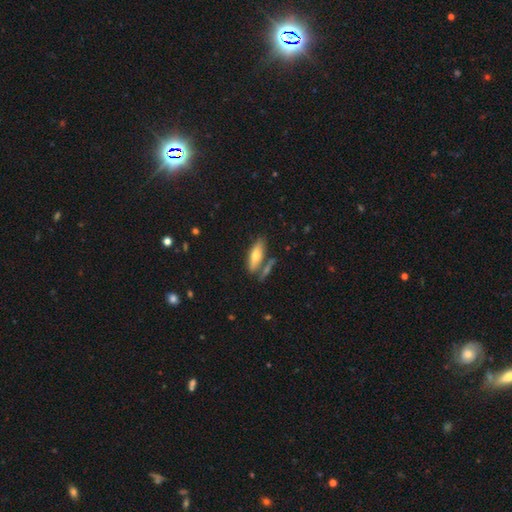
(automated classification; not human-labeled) Smooth or featured? Predicted: smooth (p=0.64). How rounded? Predicted: in between (p=0.54). Merging? Predicted: none (p=0.64).